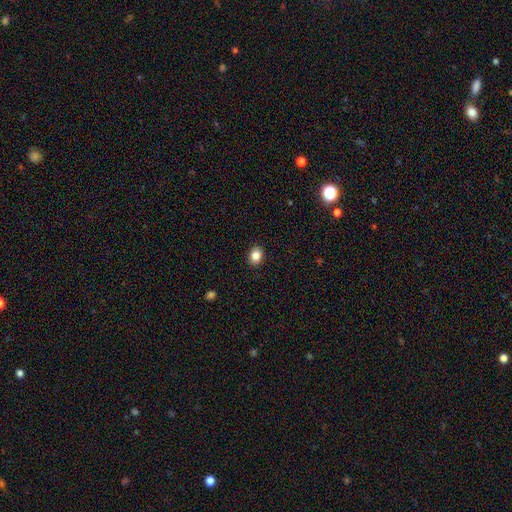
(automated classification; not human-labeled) smooth_or_featured: smooth (p=0.84) [alt: star or artifact p=0.10]
how_rounded: round (p=0.51) [alt: in between p=0.48]
merging: none (p=0.91) [alt: minor disturbance p=0.07]